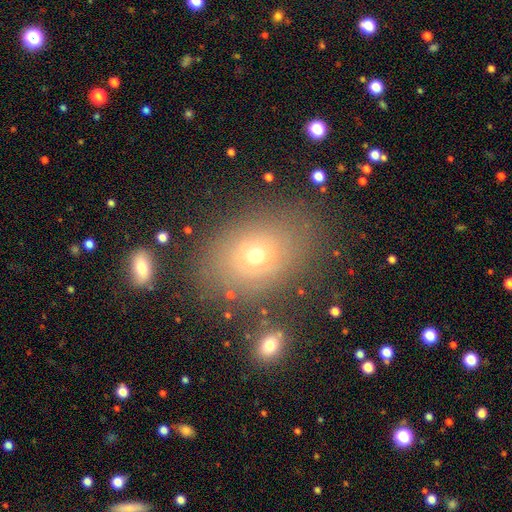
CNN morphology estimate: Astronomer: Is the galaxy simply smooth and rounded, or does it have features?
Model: smooth — 64%.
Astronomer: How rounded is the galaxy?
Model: in between — 62%.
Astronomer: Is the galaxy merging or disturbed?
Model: none — 79%.